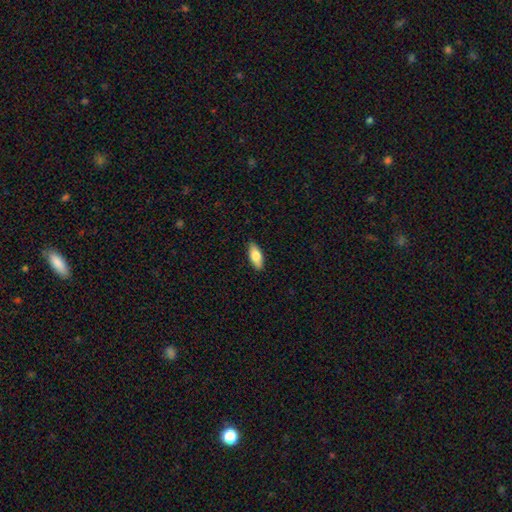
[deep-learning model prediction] Smooth or featured: smooth — 77% (featured or disk — 17%)
How rounded: in between — 81% (cigar-shaped — 17%)
Merging: none — 89% (minor disturbance — 8%)